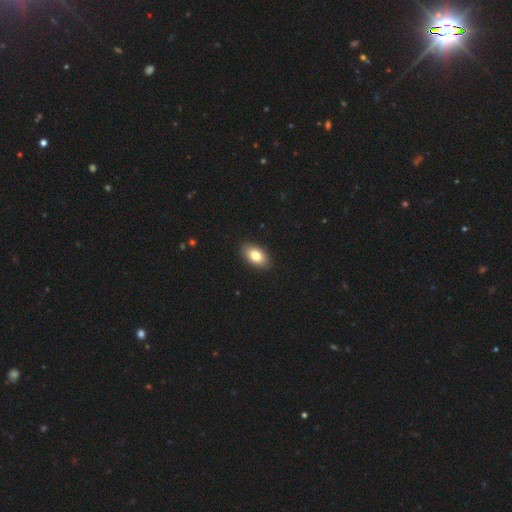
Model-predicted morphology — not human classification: A smooth galaxy with no disk features (81%) that is in between round and cigar-shaped (92%). Merging: none (90%).